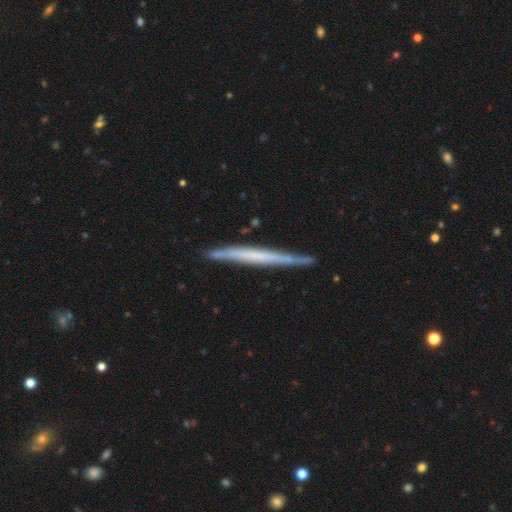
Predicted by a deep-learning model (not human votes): featured or disk 61%, smooth 33%, star or artifact 6%. Down the decision tree: edge-on disk — yes (95%); edge-on bulge — none (85%); merging — none (83%).